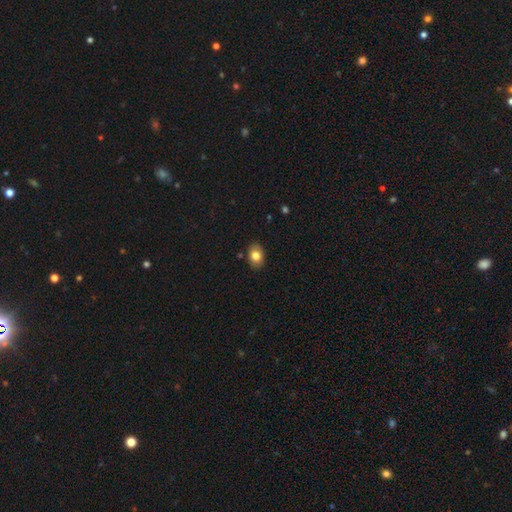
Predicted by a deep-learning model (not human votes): This is likely a smooth galaxy (79%). How rounded: likely in between (76%). Merging: clearly none (87%).